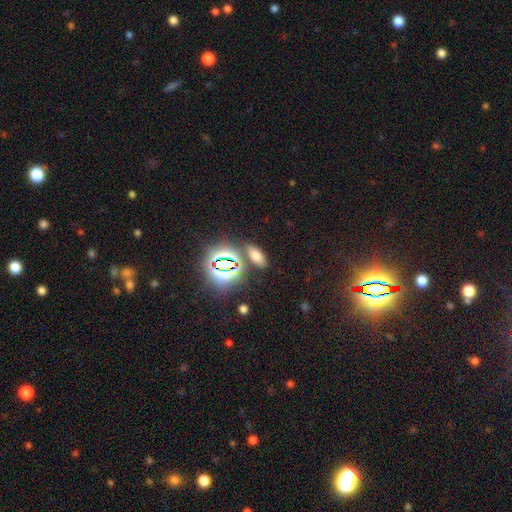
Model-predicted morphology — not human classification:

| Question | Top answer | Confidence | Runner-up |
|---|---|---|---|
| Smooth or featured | smooth | 58% | star or artifact (32%) |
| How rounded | in between | 78% | cigar-shaped (13%) |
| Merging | none | 82% | minor disturbance (8%) |